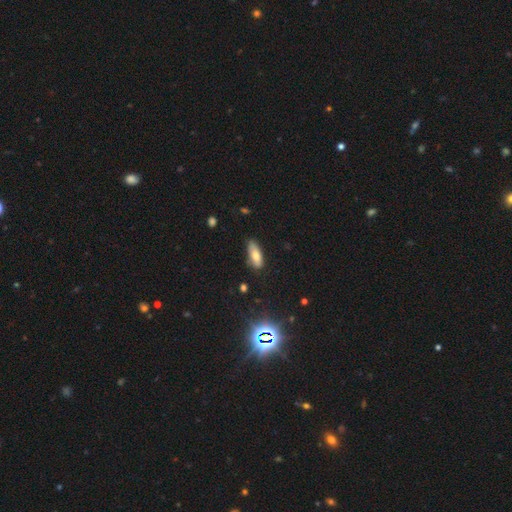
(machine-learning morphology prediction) Overall: smooth (75%). How rounded: in between (72%). Merging: none (72%).